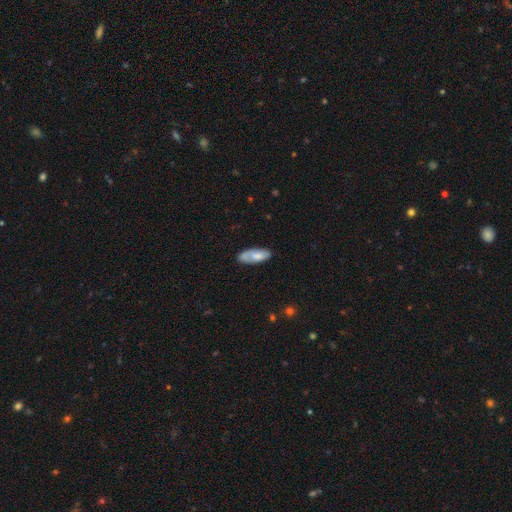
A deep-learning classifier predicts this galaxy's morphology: Q: Smooth or featured?
A: smooth (67%); runner-up: featured or disk (27%)
Q: How rounded?
A: in between (75%); runner-up: cigar-shaped (23%)
Q: Merging?
A: none (67%); runner-up: minor disturbance (22%)